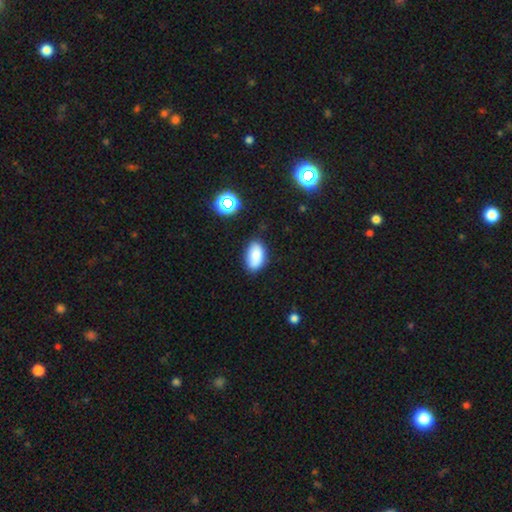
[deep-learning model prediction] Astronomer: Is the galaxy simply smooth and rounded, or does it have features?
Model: smooth — 83%.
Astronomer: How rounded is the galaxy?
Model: in between — 92%.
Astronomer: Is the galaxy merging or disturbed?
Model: none — 79%.